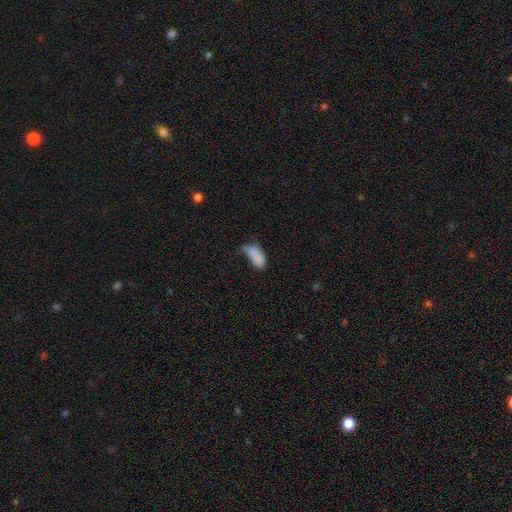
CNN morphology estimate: The model was most divided on "merging": major disturbance: 32%, minor disturbance: 28%, none: 23%, merger: 16%. More confident: how rounded — in between (89%); smooth or featured — smooth (76%).